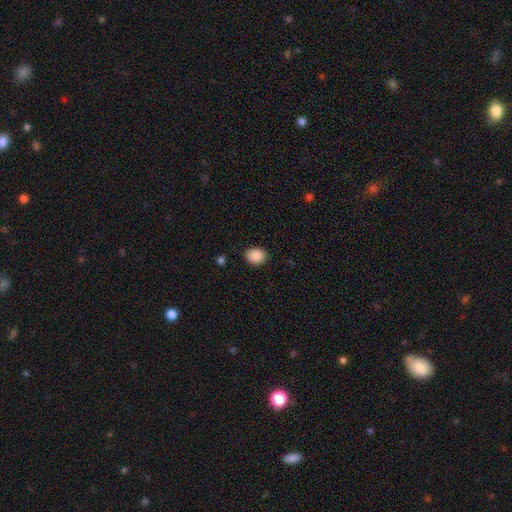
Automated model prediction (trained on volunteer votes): A smooth galaxy with no disk features (89%) that is in between round and cigar-shaped (50%). Merging: none (88%).